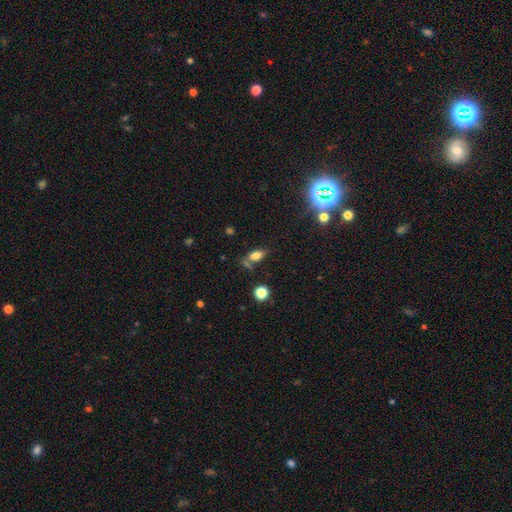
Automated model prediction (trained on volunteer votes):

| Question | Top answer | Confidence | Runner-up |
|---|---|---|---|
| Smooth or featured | smooth | 73% | star or artifact (14%) |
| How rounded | in between | 84% | cigar-shaped (9%) |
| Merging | none | 61% | merger (18%) |